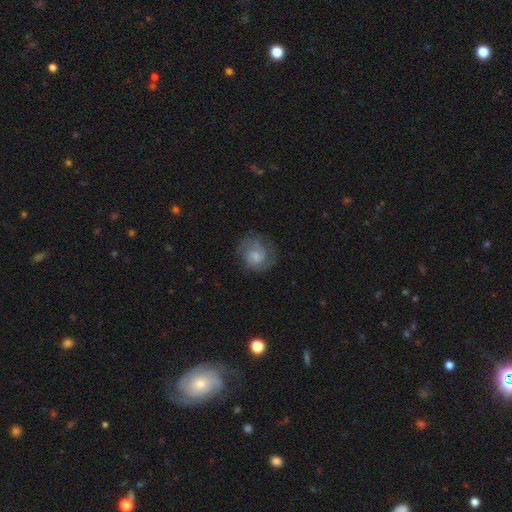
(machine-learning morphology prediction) smooth-or-featured: featured or disk: 60% | smooth: 33% | star or artifact: 7%
  disk-edge-on: no: 98% | yes: 2%
    bar: no: 57% | weak: 38% | strong: 5%
    has-spiral-arms: yes: 88% | no: 12%
      spiral-winding: medium: 45% | tight: 38% | loose: 17%
      spiral-arm-count: 2: 64% | can't tell: 18% | 3: 7% | 1: 7% | 4: 2% | more than 4: 2%
    bulge-size: small: 45% | moderate: 32% | none: 17% | large: 5% | dominant: 1%
  merging: none: 68% | minor disturbance: 20% | major disturbance: 11% | merger: 1%